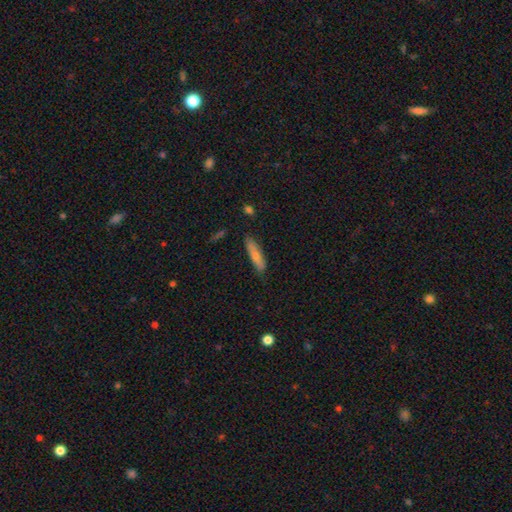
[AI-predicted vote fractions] smooth_or_featured: smooth (p=0.71) [alt: featured or disk p=0.23]
how_rounded: cigar-shaped (p=0.74) [alt: in between p=0.24]
merging: none (p=0.80) [alt: minor disturbance p=0.15]